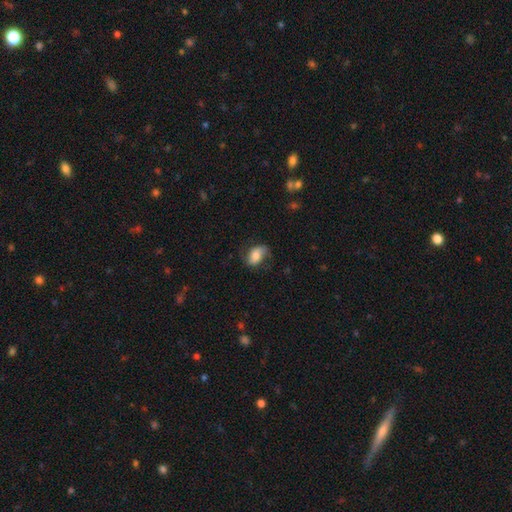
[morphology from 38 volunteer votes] A smooth galaxy with no disk features (79%) that is in between round and cigar-shaped (77%).

Vote fractions:
- Smooth or featured? smooth: 79% / featured or disk: 16% / star or artifact: 5%
- How rounded? in between: 77% / round: 23% / cigar-shaped: 0%
- Merging? none: 67% / major disturbance: 17% / minor disturbance: 11% / merger: 6%